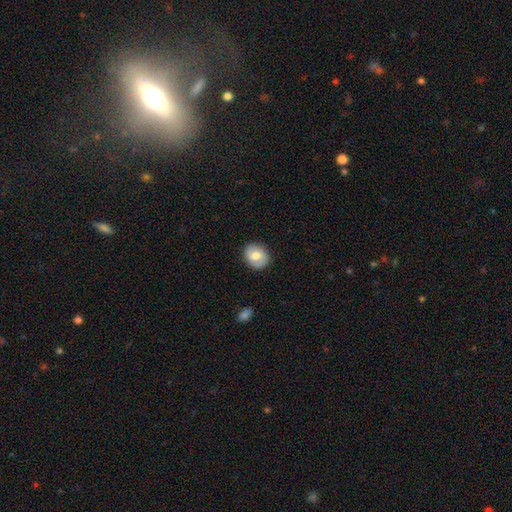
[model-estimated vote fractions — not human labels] A smooth galaxy with no disk features (73%) that is round (66%). Merging: none (87%).